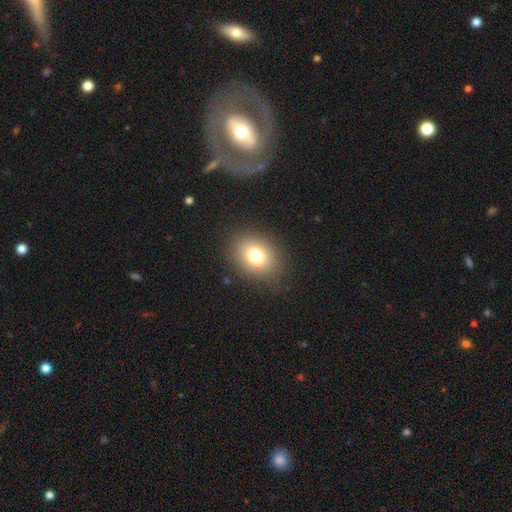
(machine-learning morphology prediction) smooth_or_featured: smooth (p=0.76) [alt: star or artifact p=0.12]
how_rounded: in between (p=0.54) [alt: round p=0.45]
merging: none (p=0.84) [alt: minor disturbance p=0.10]